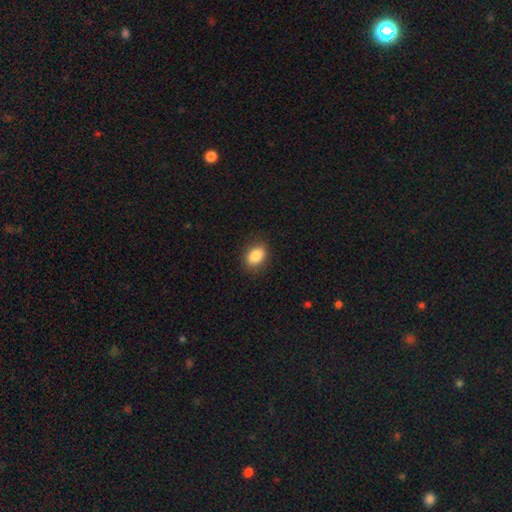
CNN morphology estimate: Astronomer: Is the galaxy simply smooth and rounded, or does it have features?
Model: smooth — 86%.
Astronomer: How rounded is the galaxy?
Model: in between — 74%.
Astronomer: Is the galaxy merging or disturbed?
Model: none — 87%.